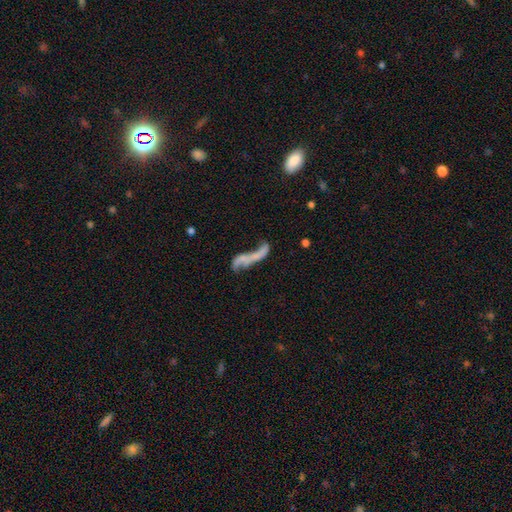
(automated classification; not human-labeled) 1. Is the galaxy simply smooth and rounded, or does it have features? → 58% featured or disk, 30% smooth, 11% star or artifact.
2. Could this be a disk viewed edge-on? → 84% no, 16% yes.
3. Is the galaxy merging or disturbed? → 29% major disturbance (tied), 29% none (tied), 26% merger, 16% minor disturbance.